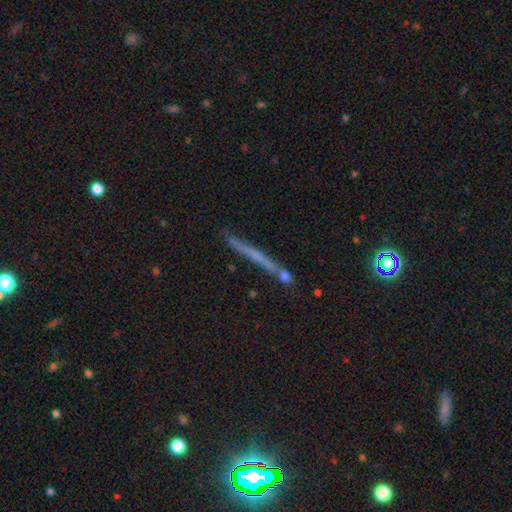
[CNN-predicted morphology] This appears to be a featured or disk galaxy (50%). Merging: none (68%).